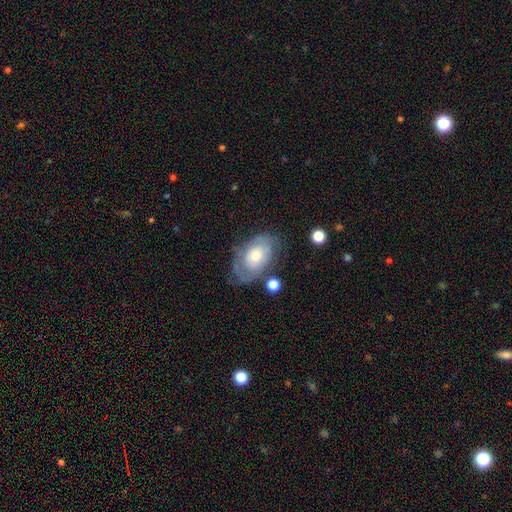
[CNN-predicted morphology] The model was most divided on "bulge size": moderate: 53%, small: 38%, large: 6%, none: 1%, dominant: 1%. More confident: edge-on disk — no (94%); bar — no (82%); spiral arms — yes (60%); merging — none (60%); smooth or featured — featured or disk (59%).